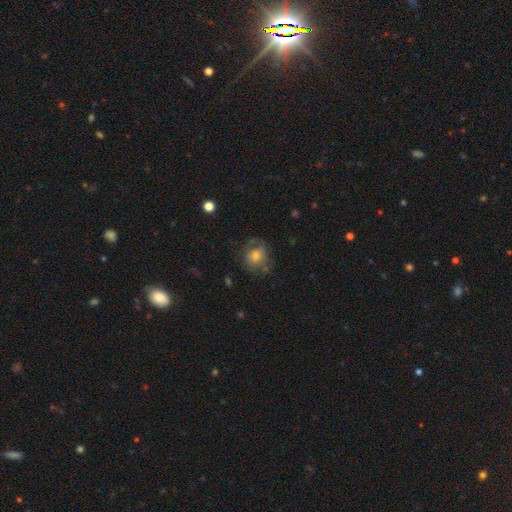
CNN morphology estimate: smooth_or_featured: smooth (p=0.58) [alt: featured or disk p=0.31]
how_rounded: round (p=0.71) [alt: in between p=0.28]
merging: none (p=0.58) [alt: minor disturbance p=0.23]